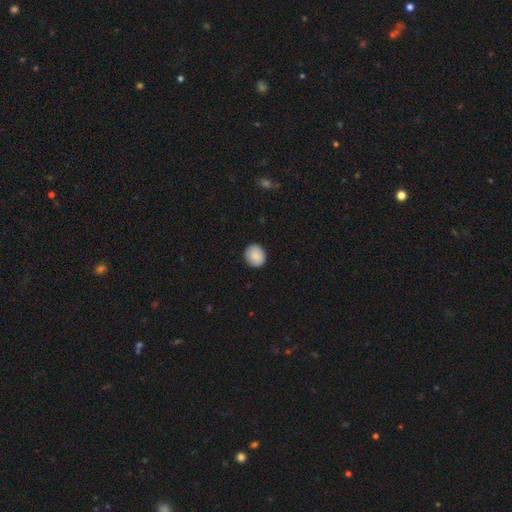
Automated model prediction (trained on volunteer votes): Smooth or featured? smooth (88%)
How rounded? round (74%)
Merging? none (89%)